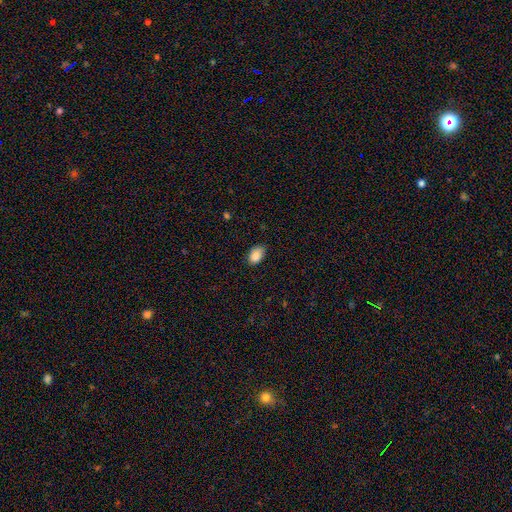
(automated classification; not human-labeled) smooth-or-featured: smooth: 88% | star or artifact: 8% | featured or disk: 4%
  how-rounded: in between: 86% | round: 12% | cigar-shaped: 1%
  merging: none: 75% | minor disturbance: 20% | major disturbance: 3% | merger: 1%